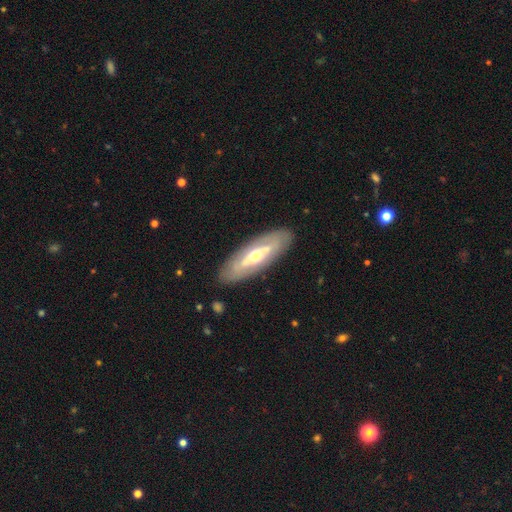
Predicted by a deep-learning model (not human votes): Smooth or featured?
  - featured or disk: 65% *
  - smooth: 30%
  - star or artifact: 5%
Edge-on disk?
  - no: 71% *
  - yes: 29%
Merging?
  - none: 86% *
  - minor disturbance: 10%
  - major disturbance: 3%
  - merger: 1%